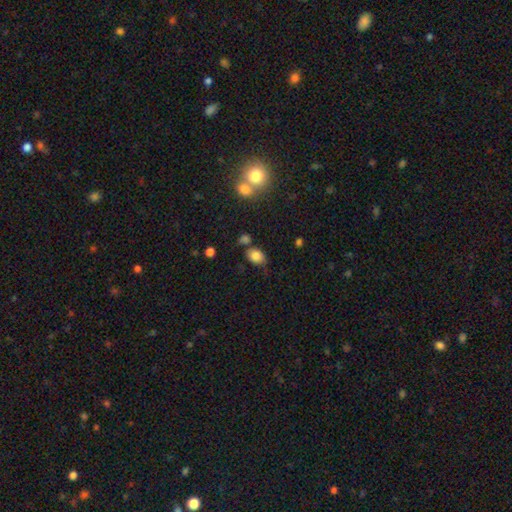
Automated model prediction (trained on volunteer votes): A smooth galaxy with no disk features (81%) that is in between round and cigar-shaped (67%).

Vote fractions:
- Smooth or featured? smooth: 81% / star or artifact: 11% / featured or disk: 8%
- How rounded? in between: 67% / round: 31% / cigar-shaped: 1%
- Merging? none: 56% / minor disturbance: 25% / merger: 10% / major disturbance: 8%